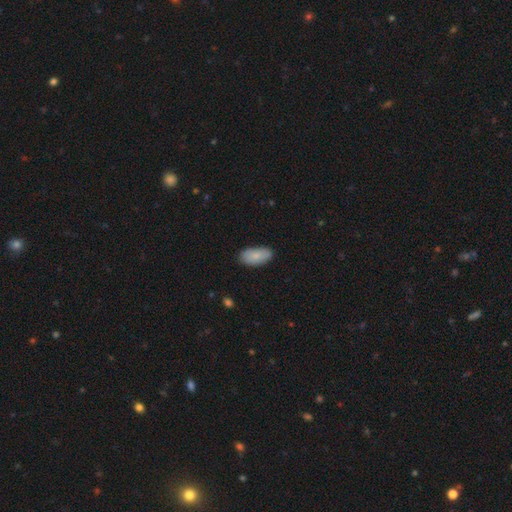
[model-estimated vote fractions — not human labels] A smooth galaxy with no disk features (83%) that is in between round and cigar-shaped (94%).

Vote fractions:
- Smooth or featured? smooth: 83% / featured or disk: 11% / star or artifact: 6%
- How rounded? in between: 94% / cigar-shaped: 4% / round: 2%
- Merging? none: 81% / minor disturbance: 15% / major disturbance: 2% / merger: 1%